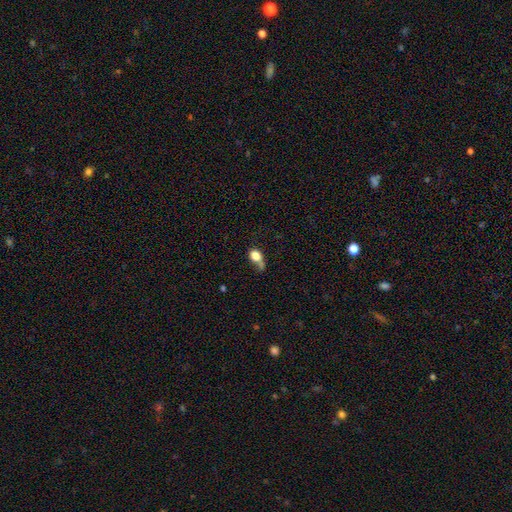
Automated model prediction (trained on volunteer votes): A smooth galaxy with no disk features (76%) that is in between round and cigar-shaped (51%). Merging: major disturbance (30%).